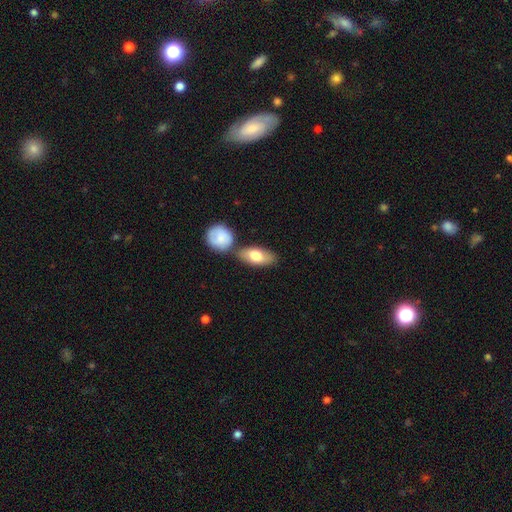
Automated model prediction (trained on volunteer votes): Q: Smooth or featured?
A: smooth (72%); runner-up: featured or disk (23%)
Q: How rounded?
A: in between (84%); runner-up: cigar-shaped (10%)
Q: Merging?
A: none (62%); runner-up: merger (21%)